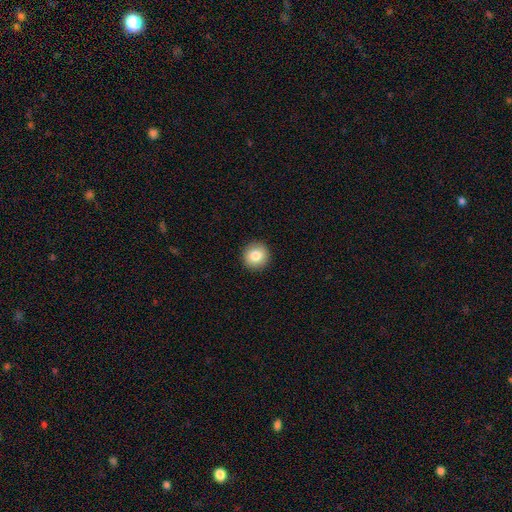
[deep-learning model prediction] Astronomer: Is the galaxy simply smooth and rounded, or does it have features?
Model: smooth — 83%.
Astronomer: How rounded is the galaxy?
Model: round — 94%.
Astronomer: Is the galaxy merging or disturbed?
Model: none — 93%.